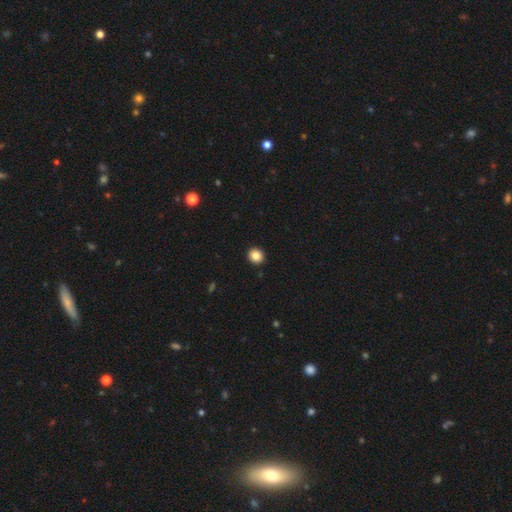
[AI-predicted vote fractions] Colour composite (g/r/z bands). It shows a smooth galaxy with no disk features (85%) that is round (84%). Merging: none (93%).